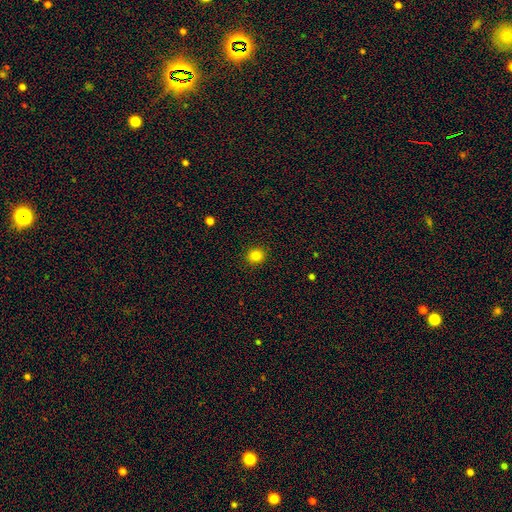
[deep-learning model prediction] smooth 84%, star or artifact 12%, featured or disk 3%. Down the decision tree: how rounded — round (79%); merging — none (91%).